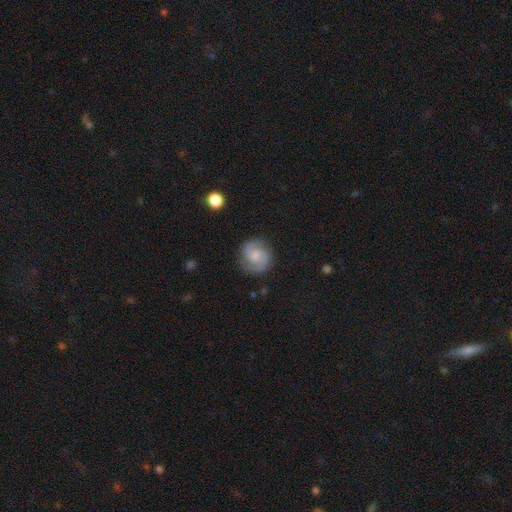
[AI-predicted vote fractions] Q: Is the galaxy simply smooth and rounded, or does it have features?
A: featured or disk — 73%.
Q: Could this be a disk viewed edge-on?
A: no — 98%.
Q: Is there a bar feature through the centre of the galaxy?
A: no — 52%.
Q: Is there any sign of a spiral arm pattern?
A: yes — 95%.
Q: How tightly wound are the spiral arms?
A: medium — 50%.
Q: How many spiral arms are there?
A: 2 — 89%.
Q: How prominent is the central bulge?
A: small — 46%.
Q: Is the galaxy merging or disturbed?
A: none — 81%.